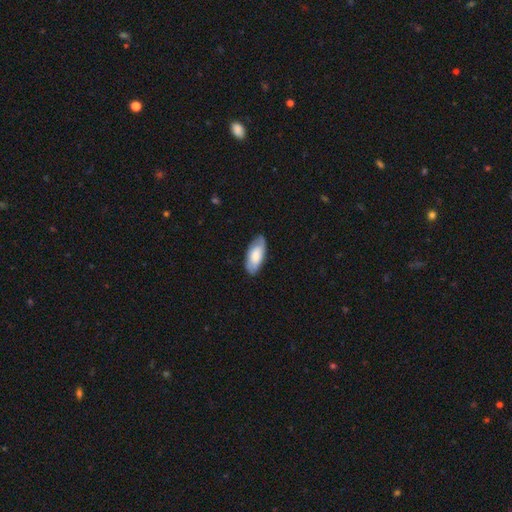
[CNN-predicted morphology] Q: Smooth or featured?
A: smooth (67%); runner-up: featured or disk (28%)
Q: How rounded?
A: in between (88%); runner-up: cigar-shaped (10%)
Q: Merging?
A: none (81%); runner-up: minor disturbance (15%)